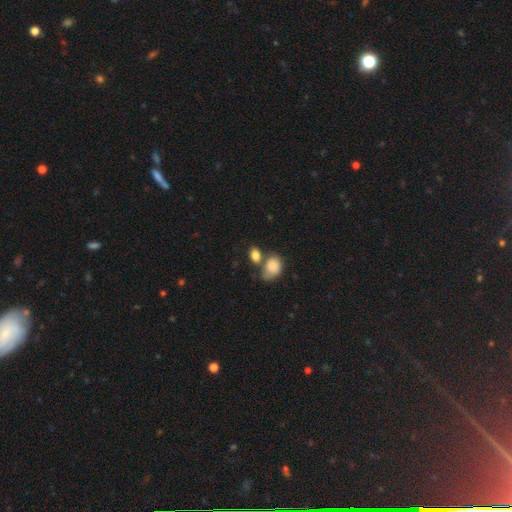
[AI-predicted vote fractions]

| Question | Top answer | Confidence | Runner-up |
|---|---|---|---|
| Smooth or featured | smooth | 83% | star or artifact (9%) |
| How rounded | in between | 71% | round (27%) |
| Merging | none | 44% | merger (37%) |